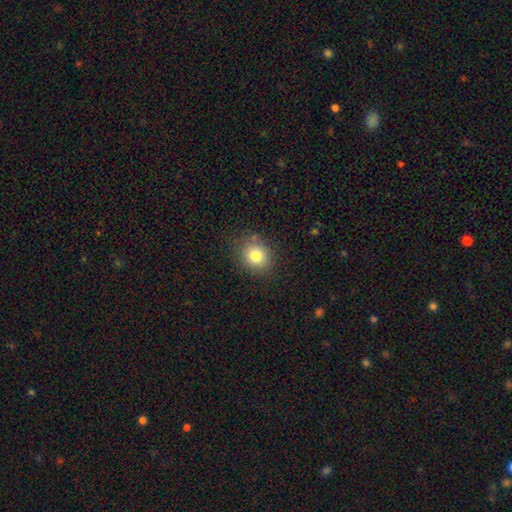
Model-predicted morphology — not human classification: Q: Smooth or featured?
A: smooth (80%); runner-up: star or artifact (11%)
Q: How rounded?
A: round (77%); runner-up: in between (23%)
Q: Merging?
A: none (84%); runner-up: minor disturbance (11%)